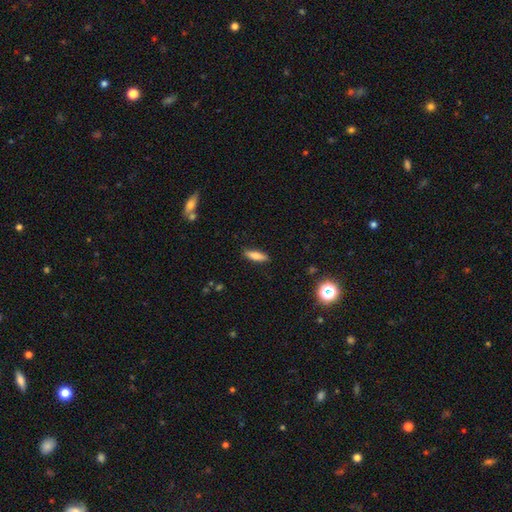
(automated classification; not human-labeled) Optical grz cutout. It shows a smooth galaxy with no disk features (69%) that is cigar-shaped (59%). Merging: none (88%).